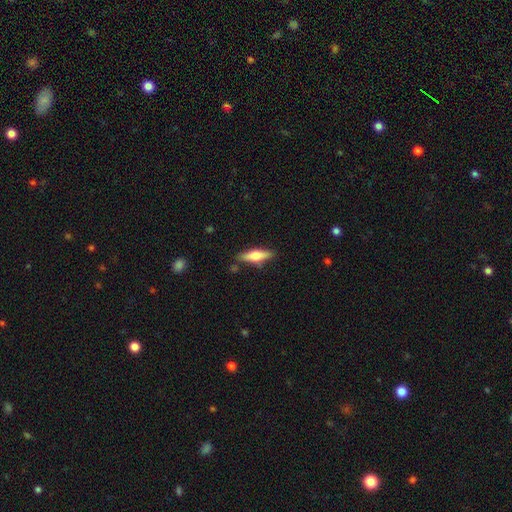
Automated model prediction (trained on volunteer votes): smooth-or-featured: smooth: 48% | featured or disk: 45% | star or artifact: 6%
  merging: none: 83% | minor disturbance: 11% | merger: 3% | major disturbance: 3%